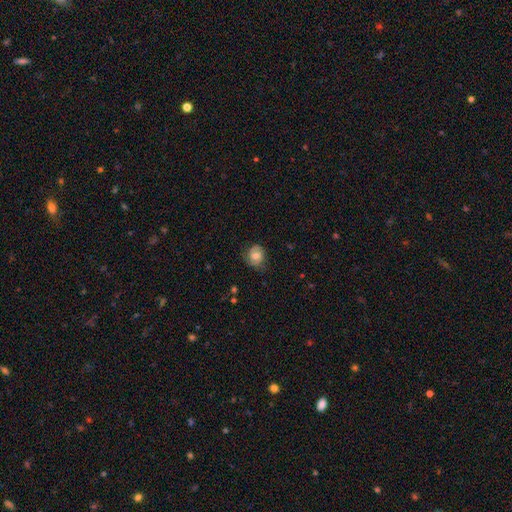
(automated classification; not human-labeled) Overall: smooth (57%; featured or disk 34%). How rounded: round (69%; in between 30%). Merging: none (68%).